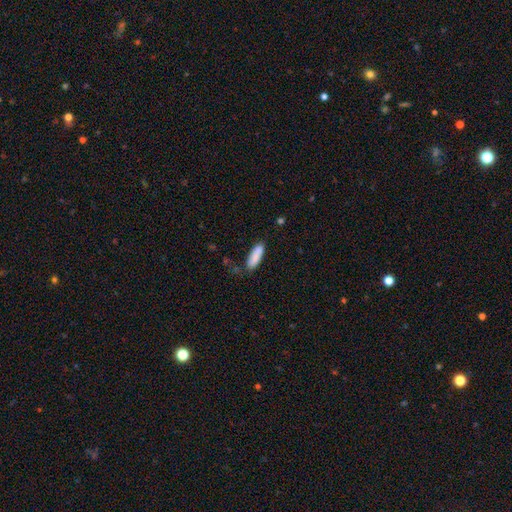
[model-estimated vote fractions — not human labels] smooth 85%, featured or disk 9%, star or artifact 6%. Down the decision tree: how rounded — in between (56%); merging — none (71%).